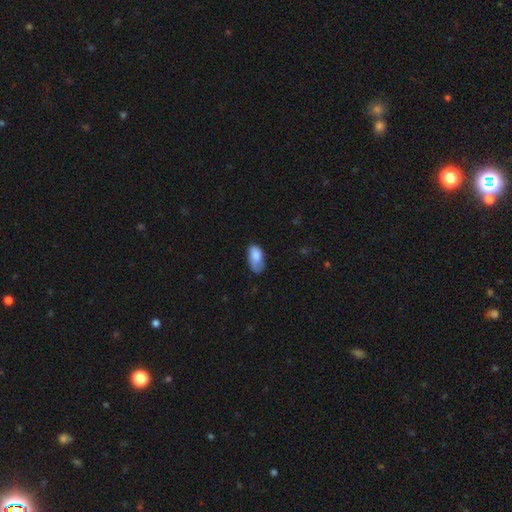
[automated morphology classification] type=smooth (79%); roundness=in between (93%); merging=none (42%).